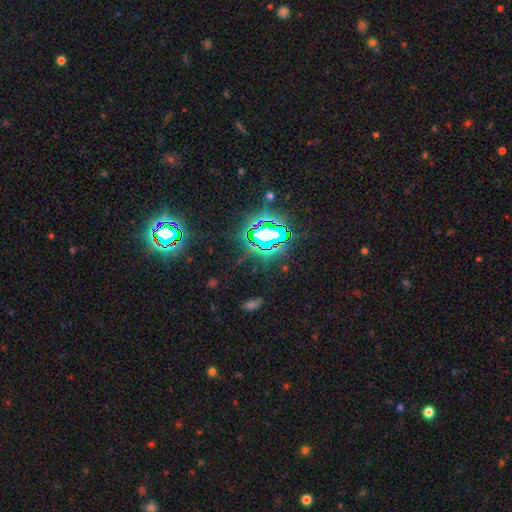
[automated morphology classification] This appears to be a star or artifact, not a galaxy (84%).